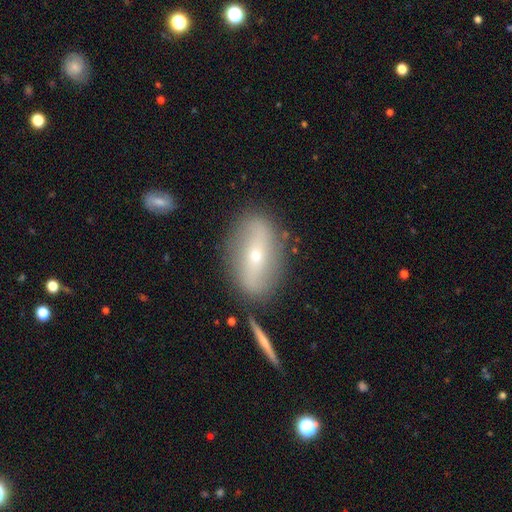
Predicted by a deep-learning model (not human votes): Q: Smooth or featured?
A: featured or disk (58%); runner-up: smooth (34%)
Q: Edge-on disk?
A: no (79%); runner-up: yes (21%)
Q: Merging?
A: none (79%); runner-up: minor disturbance (12%)